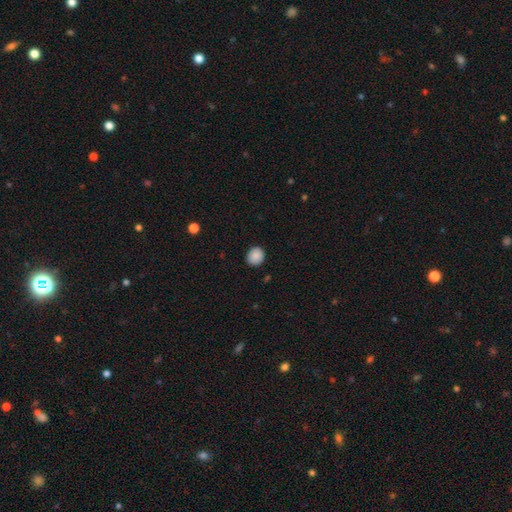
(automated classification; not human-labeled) Overall: smooth (88%). How rounded: round (82%). Merging: none (89%).